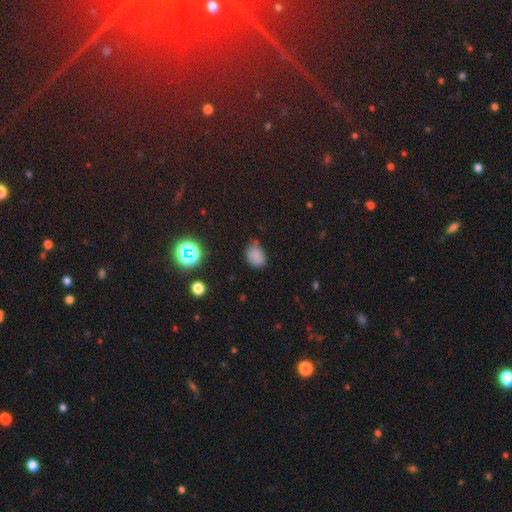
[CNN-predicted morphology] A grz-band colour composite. It shows a smooth galaxy with no disk features (77%) that is in between round and cigar-shaped (65%). Merging: none (63%).